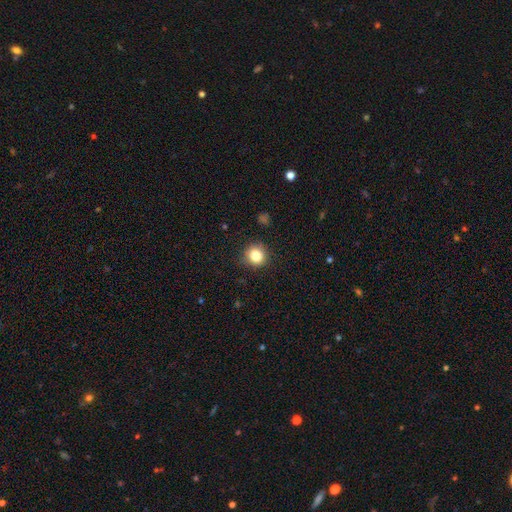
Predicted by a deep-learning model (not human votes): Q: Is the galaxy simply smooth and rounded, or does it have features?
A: smooth — 84%.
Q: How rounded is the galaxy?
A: round — 90%.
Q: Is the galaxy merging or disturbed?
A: none — 85%.